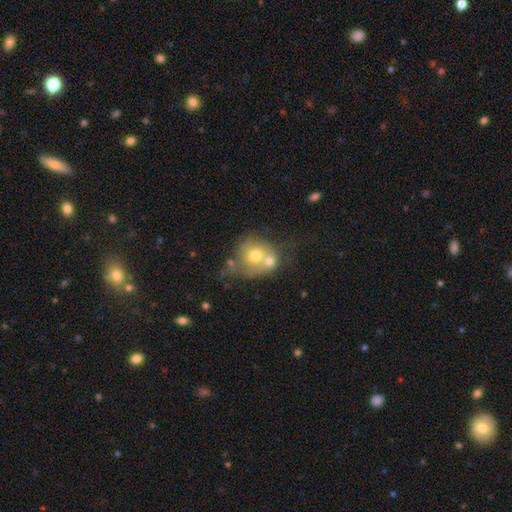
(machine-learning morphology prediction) Smooth or featured? Predicted: smooth (p=0.58). How rounded? Predicted: round (p=0.76). Merging? Predicted: merger (p=0.59).